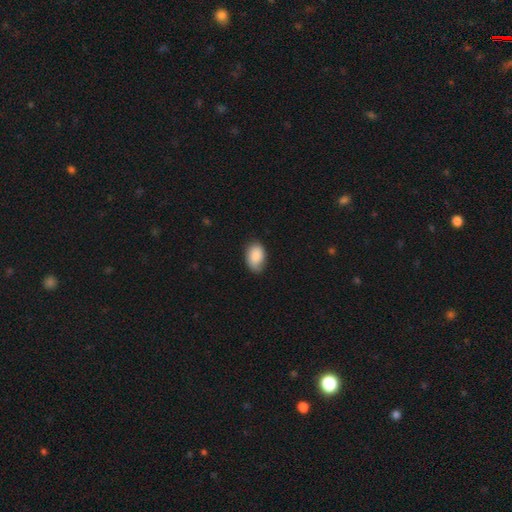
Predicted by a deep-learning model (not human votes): This appears to be a smooth galaxy with no disk features (86%) that is in between round and cigar-shaped (87%). Merging: none (75%).